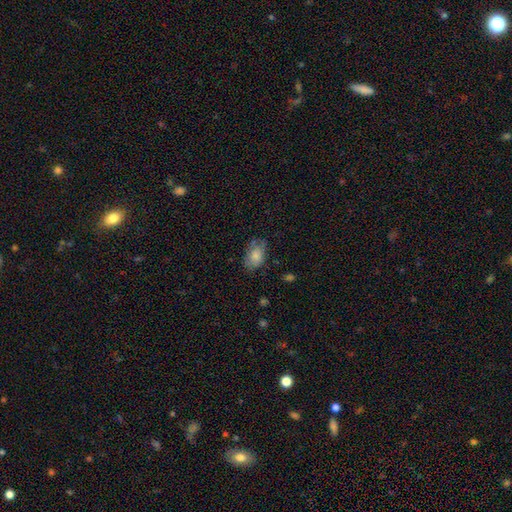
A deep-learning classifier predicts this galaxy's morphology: Smooth or featured? Predicted: smooth (p=0.80). How rounded? Predicted: in between (p=0.88). Merging? Predicted: none (p=0.65).